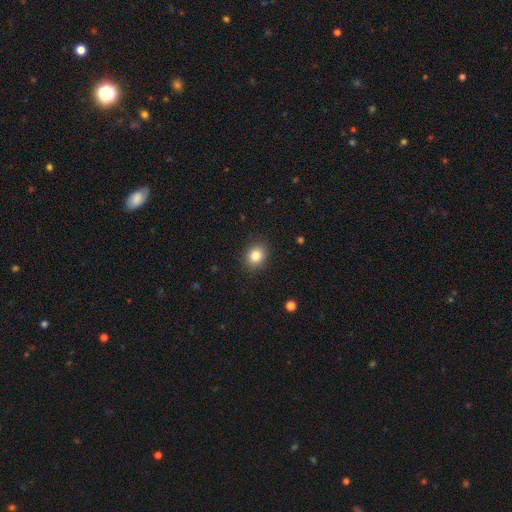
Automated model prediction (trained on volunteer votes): Morphology: type=smooth (83%); roundness=round (67%); merging=none (89%).